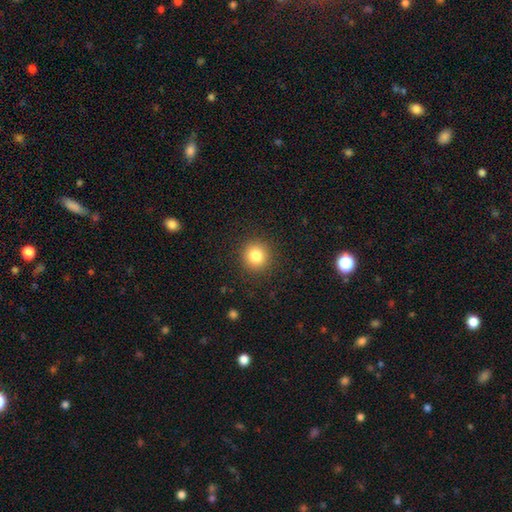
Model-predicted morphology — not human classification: Smooth or featured?
  - smooth: 82% *
  - star or artifact: 11%
  - featured or disk: 7%
How rounded?
  - round: 92% *
  - in between: 7%
  - cigar-shaped: 1%
Merging?
  - none: 90% *
  - minor disturbance: 6%
  - major disturbance: 3%
  - merger: 1%